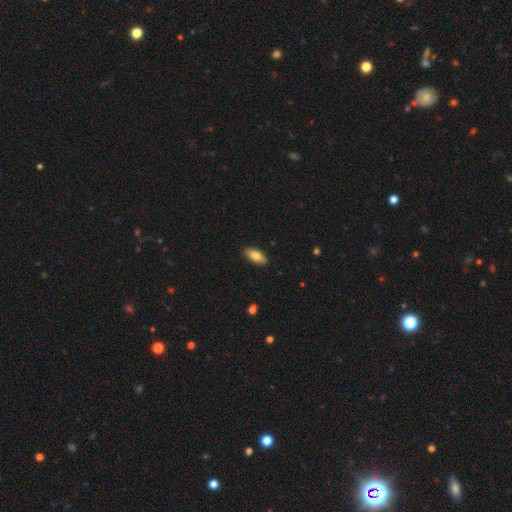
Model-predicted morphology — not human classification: This is likely a smooth galaxy (79%). How rounded: clearly in between (86%). Merging: clearly none (88%).